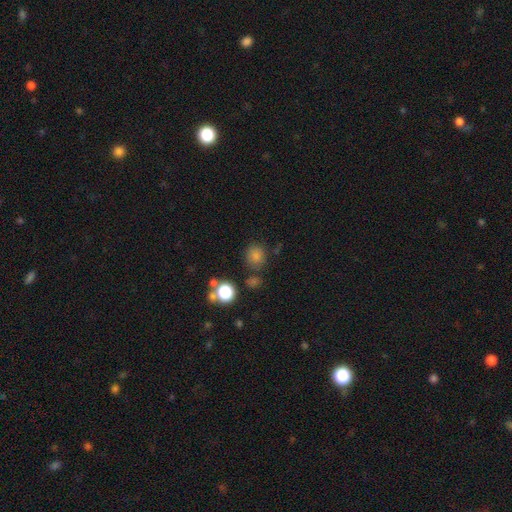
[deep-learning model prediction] Q: Smooth or featured?
A: smooth (72%); runner-up: star or artifact (21%)
Q: How rounded?
A: round (88%); runner-up: in between (11%)
Q: Merging?
A: none (77%); runner-up: minor disturbance (11%)